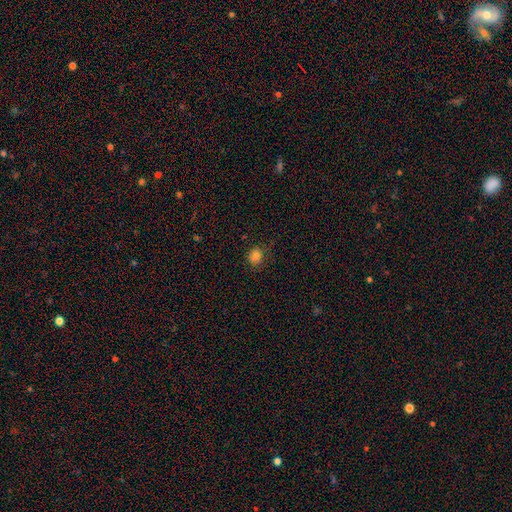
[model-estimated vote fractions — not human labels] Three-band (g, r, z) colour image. It shows a smooth galaxy with no disk features (82%) that is round (73%). Merging: none (79%).